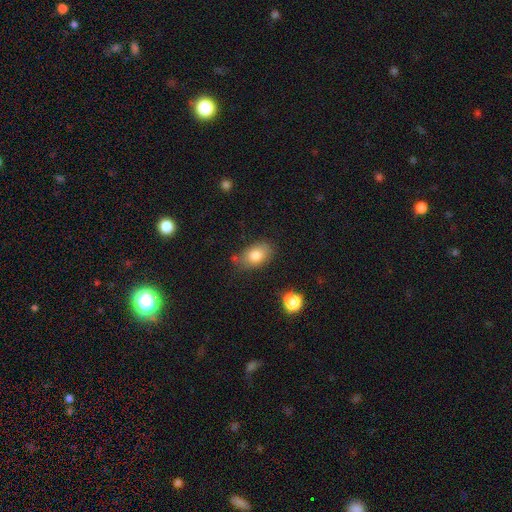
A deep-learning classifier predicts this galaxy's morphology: Q: Smooth or featured?
A: smooth (80%); runner-up: featured or disk (11%)
Q: How rounded?
A: in between (86%); runner-up: round (12%)
Q: Merging?
A: none (71%); runner-up: minor disturbance (20%)